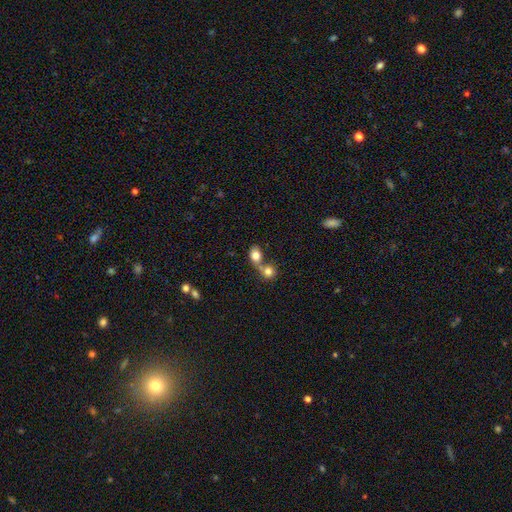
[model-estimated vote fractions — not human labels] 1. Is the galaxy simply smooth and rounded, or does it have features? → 80% smooth, 11% featured or disk, 9% star or artifact.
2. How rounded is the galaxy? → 54% in between, 44% round, 1% cigar-shaped.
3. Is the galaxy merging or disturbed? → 59% merger, 29% none, 8% minor disturbance, 4% major disturbance.